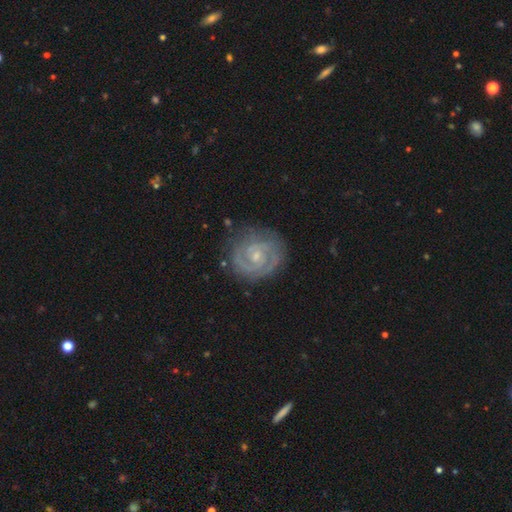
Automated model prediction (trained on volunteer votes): A featured or disk galaxy (88%) with no bar (57%), 2 (72%) tight (71%) spiral arms (97%) and a small central bulge (66%). Merging: none (79%).